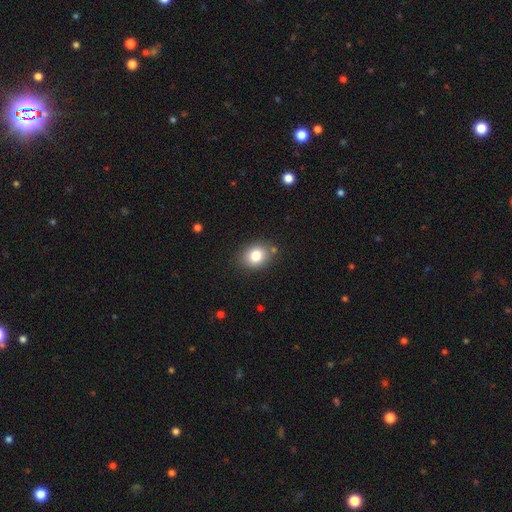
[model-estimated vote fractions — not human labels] Overall: smooth (80%). How rounded: round (53%; in between 46%). Merging: none (83%).